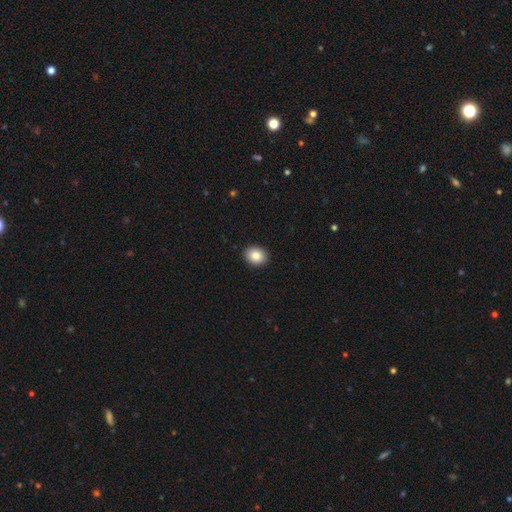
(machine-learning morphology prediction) Q: Smooth or featured?
A: smooth (86%); runner-up: star or artifact (8%)
Q: How rounded?
A: round (56%); runner-up: in between (43%)
Q: Merging?
A: none (92%); runner-up: minor disturbance (6%)